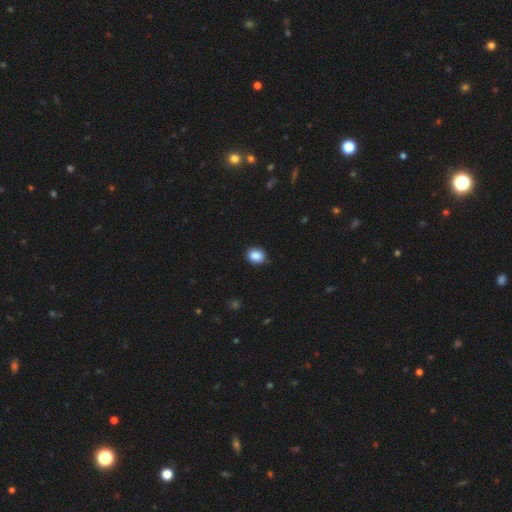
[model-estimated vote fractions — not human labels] Smooth or featured? smooth (87%)
How rounded? round (63%)
Merging? none (89%)